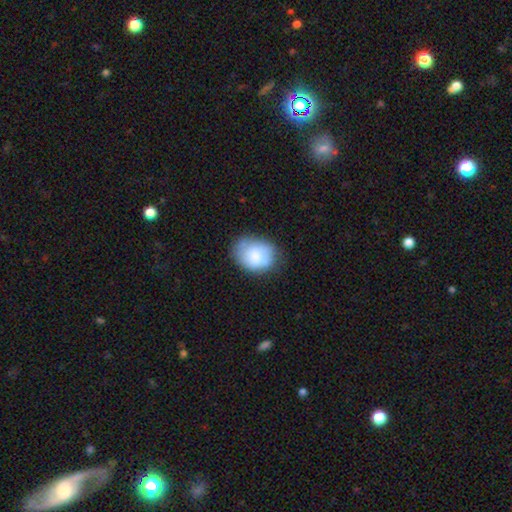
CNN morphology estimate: smooth-or-featured: smooth: 74% | featured or disk: 19% | star or artifact: 7%
  how-rounded: in between: 64% | round: 35% | cigar-shaped: 1%
  merging: none: 57% | minor disturbance: 28% | major disturbance: 9% | merger: 6%